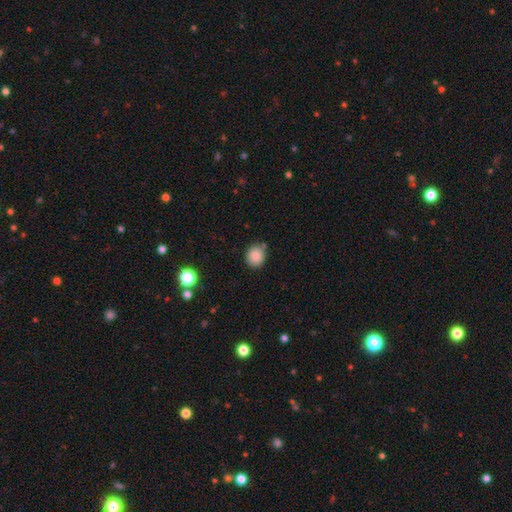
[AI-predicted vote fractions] Smooth or featured? smooth (87%)
How rounded? round (73%)
Merging? none (80%)